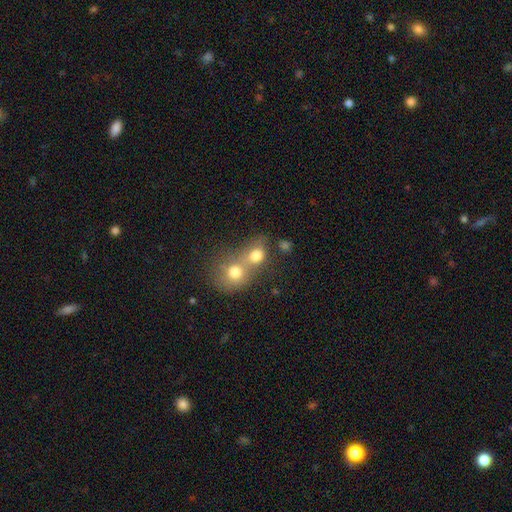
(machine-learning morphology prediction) This is likely a smooth galaxy (75%). How rounded: likely round (64%). Merging: likely merger (66%).